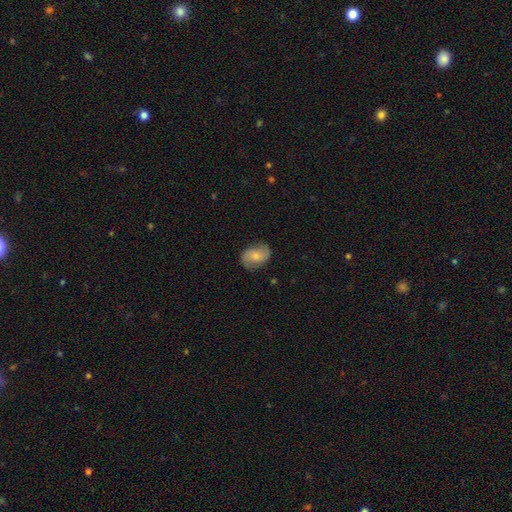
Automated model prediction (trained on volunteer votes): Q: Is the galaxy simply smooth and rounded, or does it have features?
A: featured or disk — 49%.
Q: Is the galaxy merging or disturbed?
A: none — 78%.